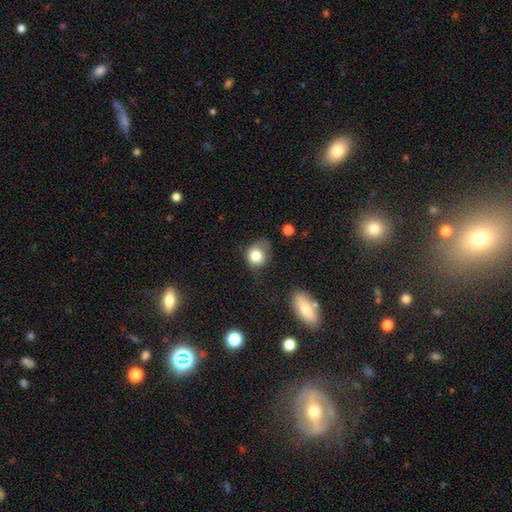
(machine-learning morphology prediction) Q: Smooth or featured?
A: smooth (80%); runner-up: featured or disk (11%)
Q: How rounded?
A: round (66%); runner-up: in between (33%)
Q: Merging?
A: none (45%); runner-up: minor disturbance (35%)